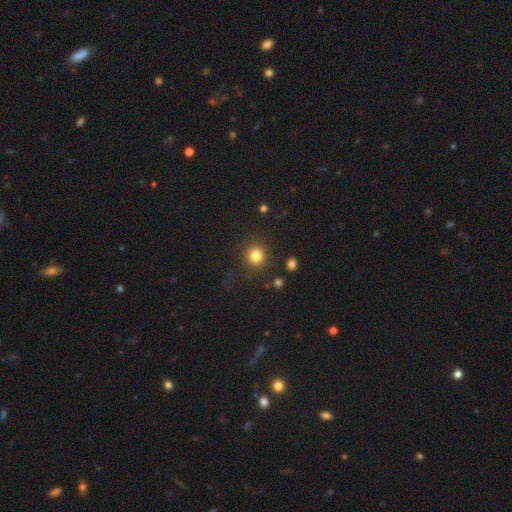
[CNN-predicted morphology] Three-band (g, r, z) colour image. It shows a smooth galaxy with no disk features (83%) that is round (89%). Merging: none (86%).